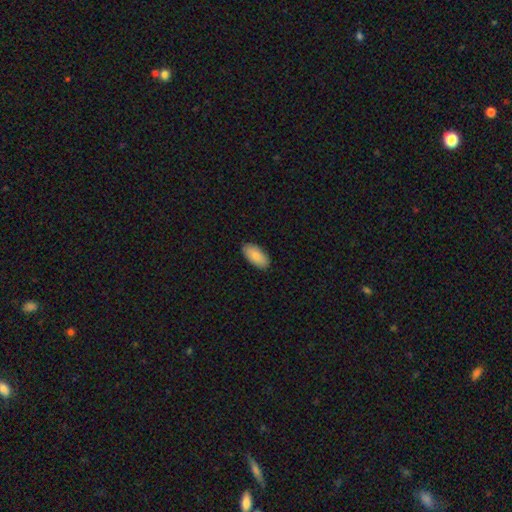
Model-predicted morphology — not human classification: smooth_or_featured: smooth (p=0.83) [alt: featured or disk p=0.11]
how_rounded: in between (p=0.93) [alt: cigar-shaped p=0.05]
merging: none (p=0.89) [alt: minor disturbance p=0.08]